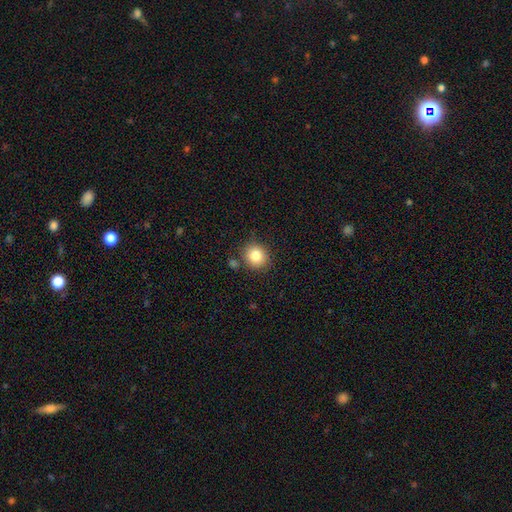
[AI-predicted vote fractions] This is clearly a smooth galaxy (83%). How rounded: clearly round (84%). Merging: clearly none (82%).